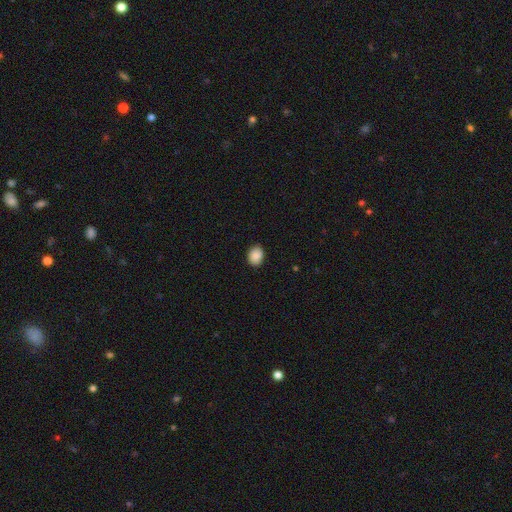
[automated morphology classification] smooth 90%, star or artifact 8%, featured or disk 3%. Down the decision tree: how rounded — in between (59%); merging — none (88%).